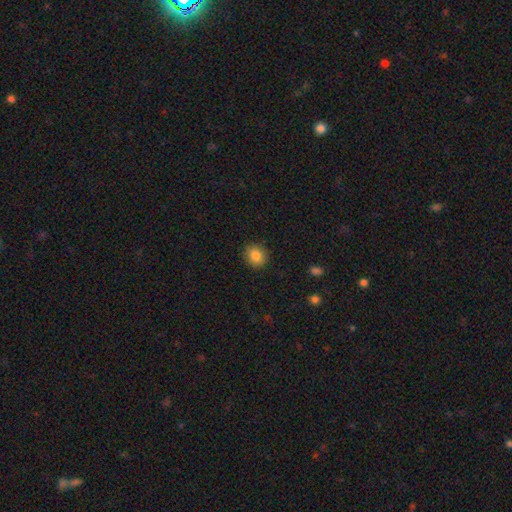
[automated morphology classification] A smooth galaxy with no disk features (85%) that is round (77%). Merging: none (90%).